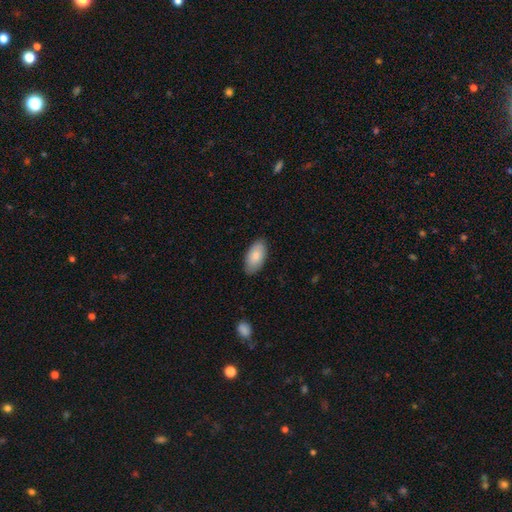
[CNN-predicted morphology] A smooth galaxy with no disk features (82%) that is in between round and cigar-shaped (95%). Merging: none (84%).